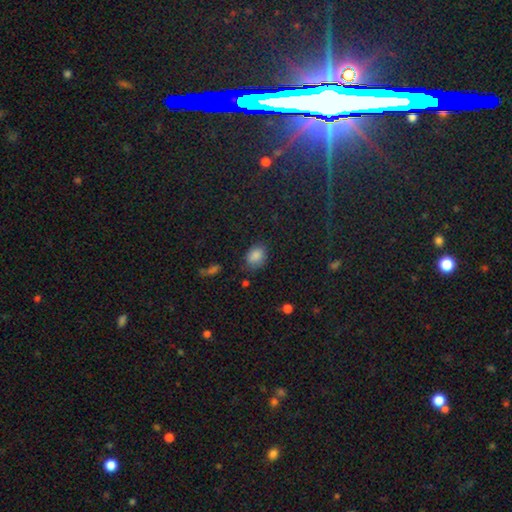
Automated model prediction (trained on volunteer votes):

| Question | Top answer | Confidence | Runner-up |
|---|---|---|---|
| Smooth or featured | smooth | 84% | star or artifact (11%) |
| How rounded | in between | 71% | round (28%) |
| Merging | none | 73% | minor disturbance (20%) |